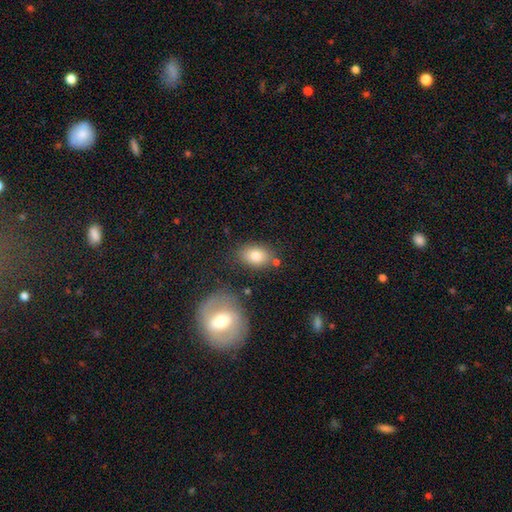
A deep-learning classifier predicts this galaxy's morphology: A smooth galaxy with no disk features (80%) that is in between round and cigar-shaped (83%).

Vote fractions:
- Smooth or featured? smooth: 80% / featured or disk: 12% / star or artifact: 8%
- How rounded? in between: 83% / round: 15% / cigar-shaped: 2%
- Merging? none: 72% / minor disturbance: 15% / merger: 9% / major disturbance: 5%